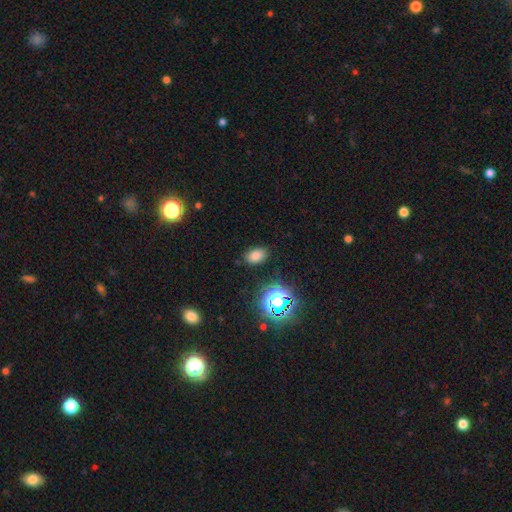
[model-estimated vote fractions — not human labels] Smooth or featured?
  - smooth: 74% *
  - star or artifact: 19%
  - featured or disk: 6%
How rounded?
  - in between: 84% *
  - round: 15%
  - cigar-shaped: 1%
Merging?
  - none: 84% *
  - minor disturbance: 11%
  - major disturbance: 3%
  - merger: 2%